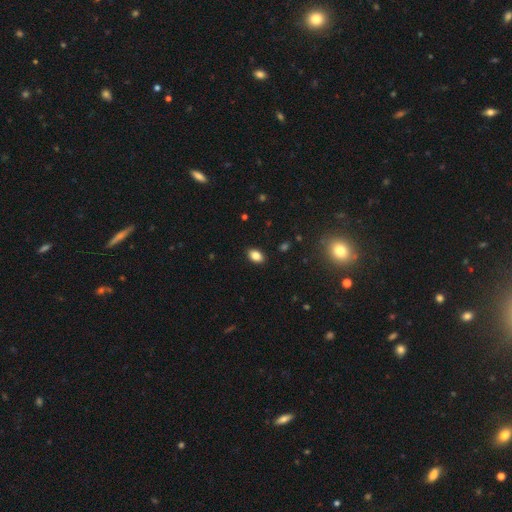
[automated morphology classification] Overall: smooth (86%). How rounded: in between (86%). Merging: none (89%).